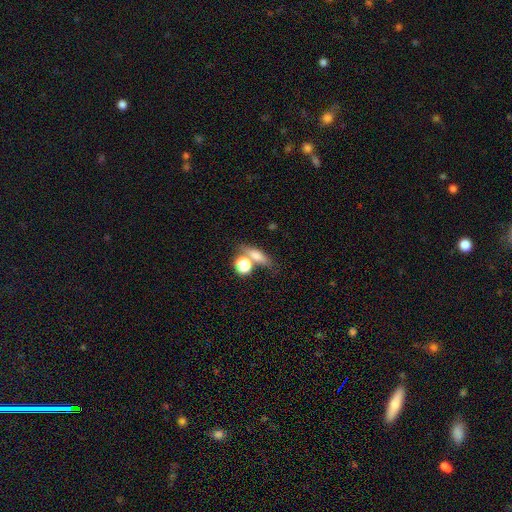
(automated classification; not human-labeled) A smooth galaxy with no disk features (69%) that is in between round and cigar-shaped (42%).

Vote fractions:
- Smooth or featured? smooth: 69% / featured or disk: 18% / star or artifact: 13%
- How rounded? in between: 42% / cigar-shaped: 34% / round: 24%
- Merging? none: 55% / merger: 27% / minor disturbance: 12% / major disturbance: 6%